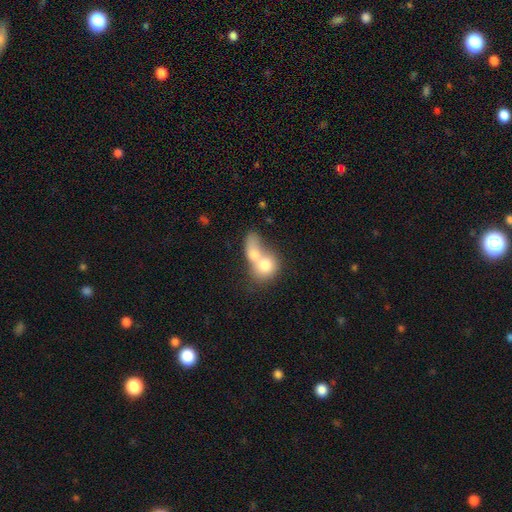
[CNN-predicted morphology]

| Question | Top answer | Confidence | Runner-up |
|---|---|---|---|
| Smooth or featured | smooth | 70% | featured or disk (21%) |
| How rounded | round | 52% | in between (45%) |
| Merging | merger | 78% | none (12%) |